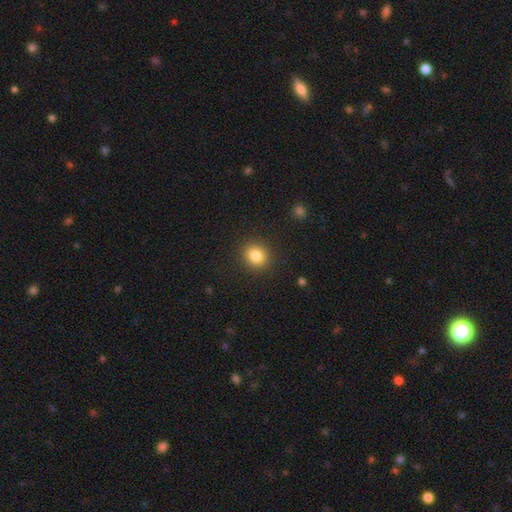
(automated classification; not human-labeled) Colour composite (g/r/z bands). It shows a smooth galaxy with no disk features (83%) that is round (79%). Merging: none (90%).